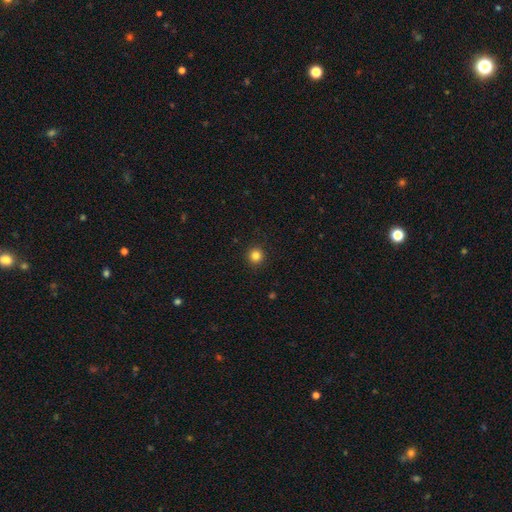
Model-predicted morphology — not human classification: type=smooth (83%); roundness=round (94%); merging=none (93%).